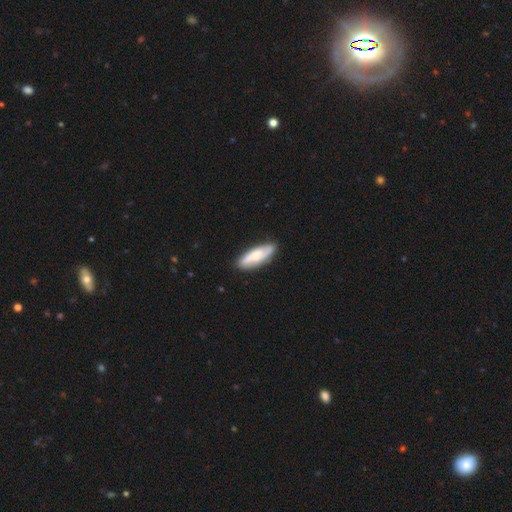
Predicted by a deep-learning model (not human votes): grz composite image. It shows a smooth galaxy with no disk features (58%) that is in between round and cigar-shaped (58%). Merging: none (81%).